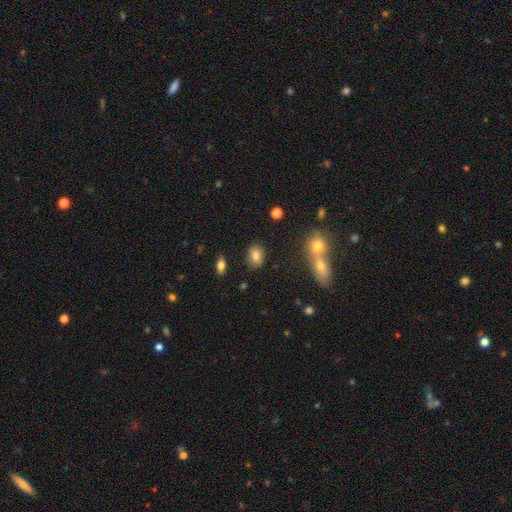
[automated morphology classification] The model was most divided on "how rounded": in between: 70%, round: 28%, cigar-shaped: 2%. More confident: merging — none (83%); smooth or featured — smooth (79%).